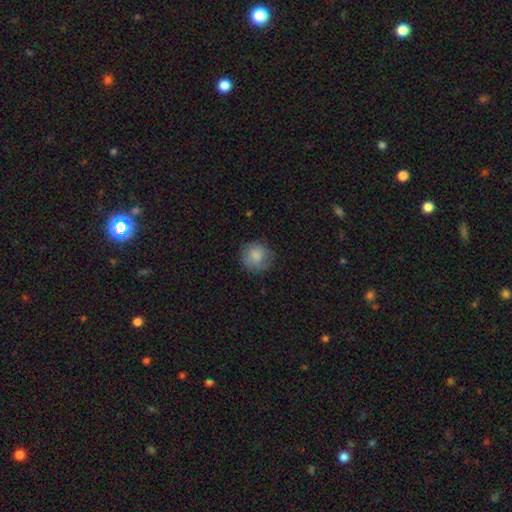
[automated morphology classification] type=smooth (84%); roundness=round (90%); merging=none (77%).